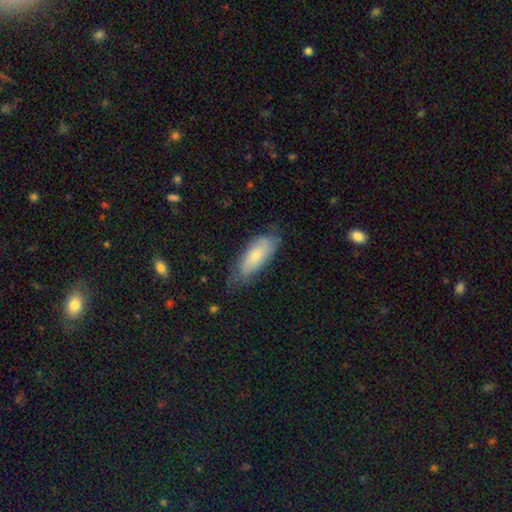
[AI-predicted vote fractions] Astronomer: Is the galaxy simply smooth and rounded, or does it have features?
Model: smooth — 69%.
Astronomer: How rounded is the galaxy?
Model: in between — 74%.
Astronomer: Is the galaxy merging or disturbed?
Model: none — 62%.